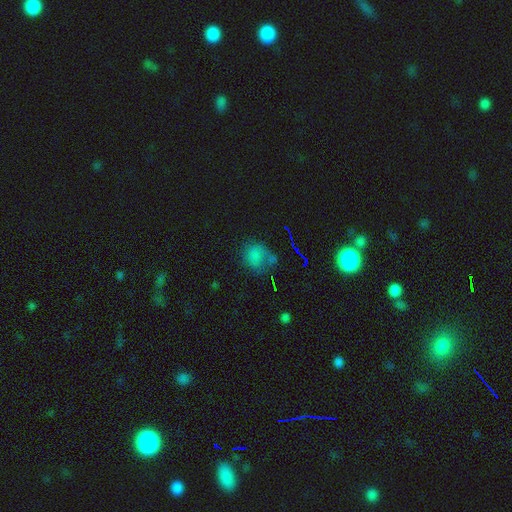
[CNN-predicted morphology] Smooth or featured?
  - smooth: 64% *
  - star or artifact: 22%
  - featured or disk: 14%
How rounded?
  - round: 67% *
  - in between: 31%
  - cigar-shaped: 2%
Merging?
  - none: 47% *
  - minor disturbance: 22%
  - merger: 16%
  - major disturbance: 15%